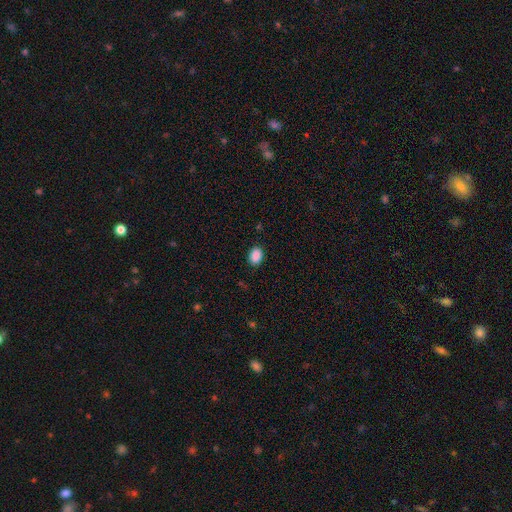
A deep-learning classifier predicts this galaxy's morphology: A smooth galaxy with no disk features (89%) that is in between round and cigar-shaped (72%). Merging: none (86%).